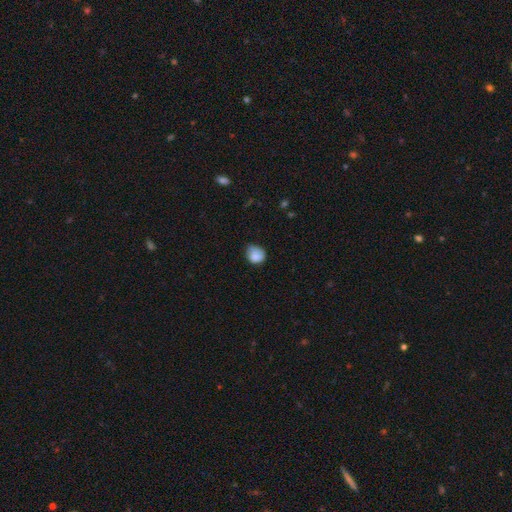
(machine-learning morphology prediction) Q: Smooth or featured?
A: smooth (82%); runner-up: featured or disk (10%)
Q: How rounded?
A: round (66%); runner-up: in between (33%)
Q: Merging?
A: none (50%); runner-up: minor disturbance (38%)